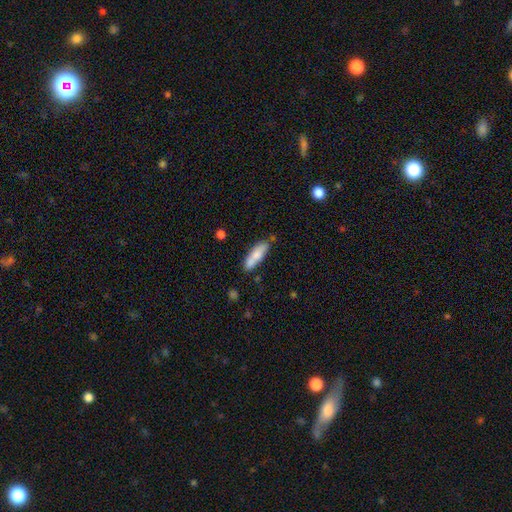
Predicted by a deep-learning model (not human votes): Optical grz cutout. It shows a smooth galaxy with no disk features (76%) that is cigar-shaped (55%). Merging: none (66%).